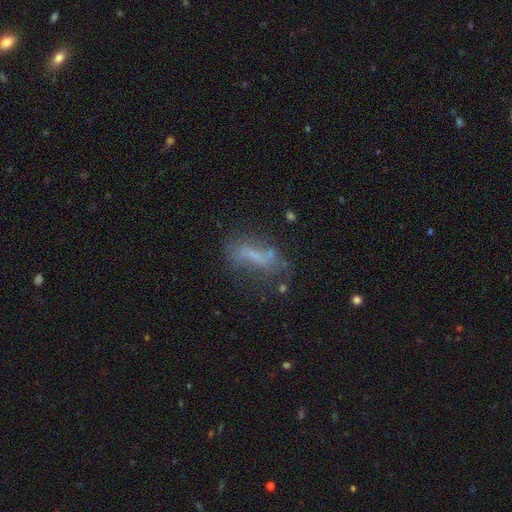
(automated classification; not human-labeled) The model was most divided on "smooth or featured": featured or disk: 43%, smooth: 41%, star or artifact: 15%. Remaining: merging — none (46%).